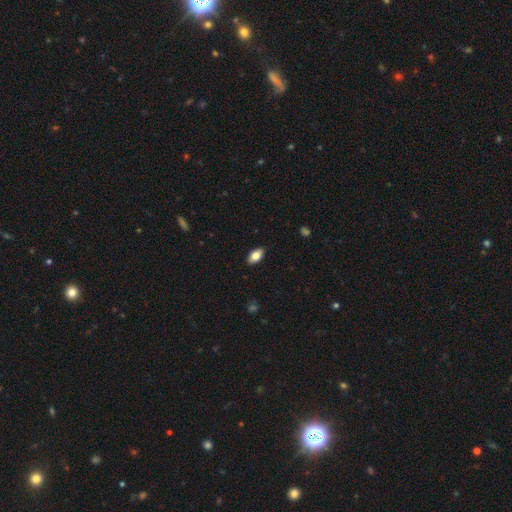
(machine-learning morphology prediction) Smooth or featured? Predicted: smooth (p=0.81). How rounded? Predicted: in between (p=0.93). Merging? Predicted: none (p=0.89).